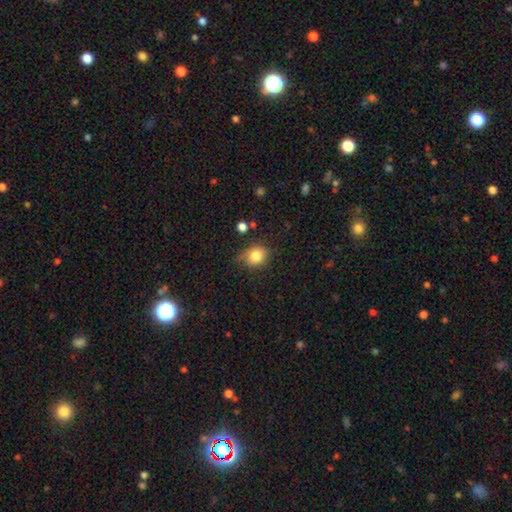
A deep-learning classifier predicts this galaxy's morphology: smooth-or-featured: smooth: 80% | star or artifact: 11% | featured or disk: 9%
  how-rounded: round: 60% | in between: 39% | cigar-shaped: 1%
  merging: none: 62% | minor disturbance: 27% | major disturbance: 8% | merger: 4%